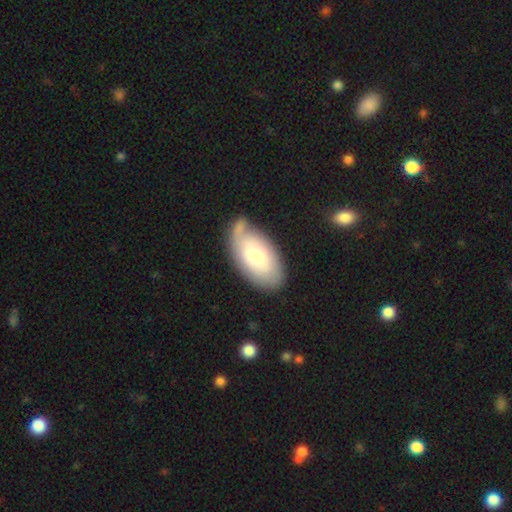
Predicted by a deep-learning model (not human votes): A smooth galaxy with no disk features (63%) that is in between round and cigar-shaped (94%). Merging: none (58%).